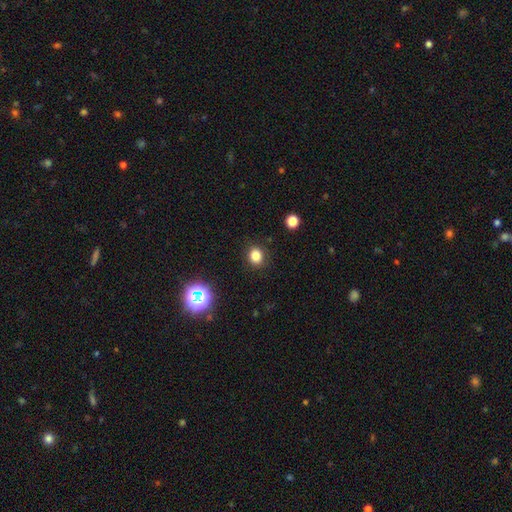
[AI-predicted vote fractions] This is clearly a smooth galaxy (81%). How rounded: likely round (67%). Merging: clearly none (89%).